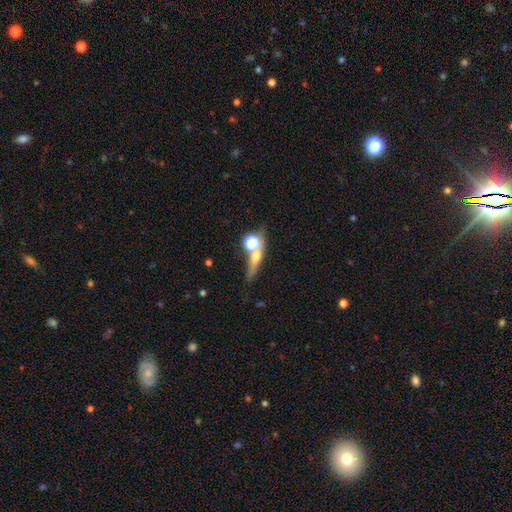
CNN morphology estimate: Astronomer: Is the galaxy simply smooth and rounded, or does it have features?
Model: smooth — 47% (runner-up: featured or disk, 36%).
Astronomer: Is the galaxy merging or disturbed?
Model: none — 53%.